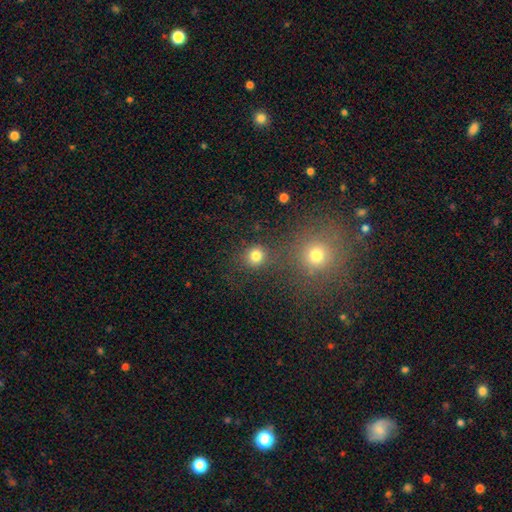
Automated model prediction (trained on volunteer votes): A smooth galaxy with no disk features (80%) that is round (87%). Merging: none (74%).